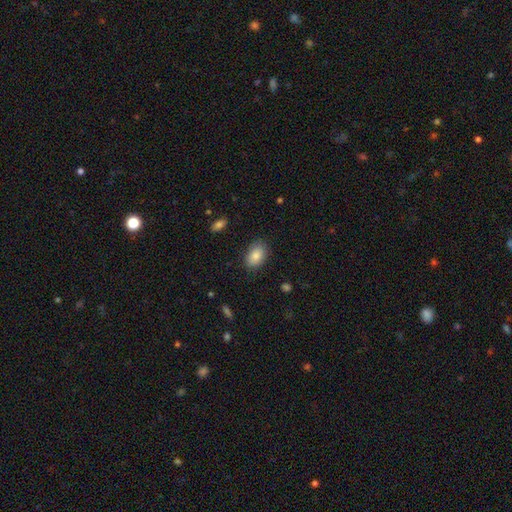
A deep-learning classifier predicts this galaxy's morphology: Smooth or featured? Predicted: smooth (p=0.86). How rounded? Predicted: in between (p=0.91). Merging? Predicted: none (p=0.83).